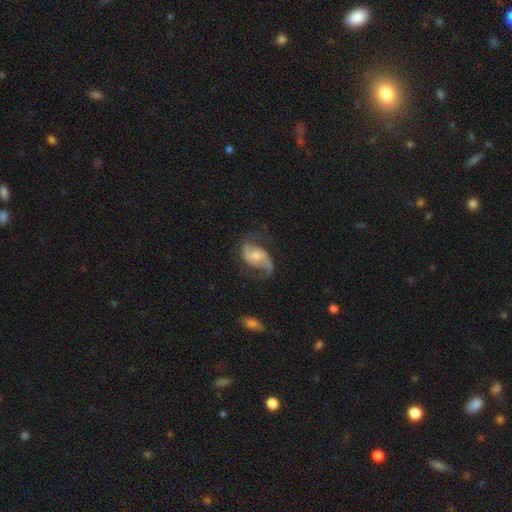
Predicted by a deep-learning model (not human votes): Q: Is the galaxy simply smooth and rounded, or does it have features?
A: featured or disk — 83%.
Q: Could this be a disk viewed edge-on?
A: no — 97%.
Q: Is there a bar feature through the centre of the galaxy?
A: no — 52%.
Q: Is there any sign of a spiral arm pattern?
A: yes — 95%.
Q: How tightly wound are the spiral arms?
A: loose — 49%.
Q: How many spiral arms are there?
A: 2 — 89%.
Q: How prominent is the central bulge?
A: moderate — 55%.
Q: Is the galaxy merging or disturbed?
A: none — 64%.